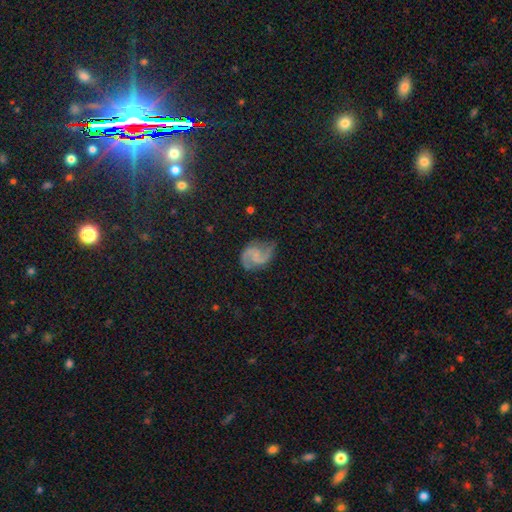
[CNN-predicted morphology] Smooth or featured? Predicted: featured or disk (p=0.84). Edge-on disk? Predicted: no (p=0.98). Bar? Predicted: no (p=0.54). Spiral arms? Predicted: yes (p=0.97). Spiral winding? Predicted: medium (p=0.53). Spiral arm count? Predicted: 2 (p=0.92). Bulge size? Predicted: none (p=0.55). Merging? Predicted: none (p=0.73).